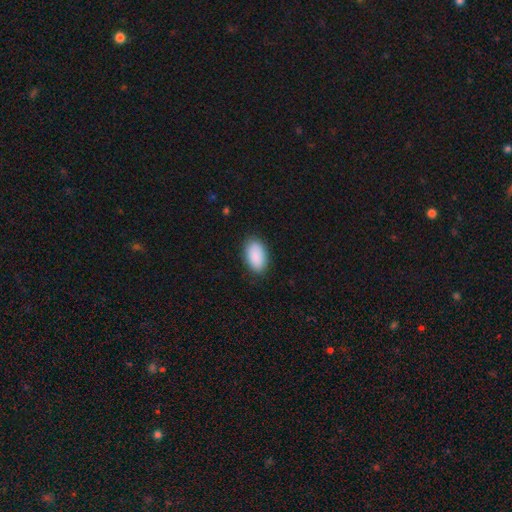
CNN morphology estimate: Smooth or featured? Predicted: smooth (p=0.90). How rounded? Predicted: in between (p=0.95). Merging? Predicted: none (p=0.87).